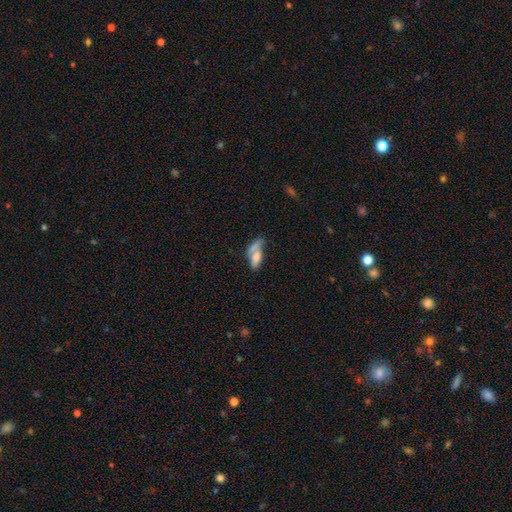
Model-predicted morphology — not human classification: This appears to be a smooth galaxy with no disk features (67%) that is in between round and cigar-shaped (70%). Merging: merger (42%).